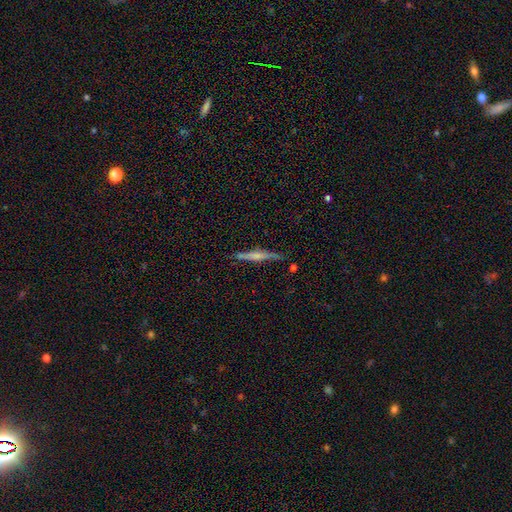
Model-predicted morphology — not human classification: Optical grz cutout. It shows a featured or disk galaxy (61%) viewed edge-on (97%) with a rounded central bulge (60%). Merging: none (82%).